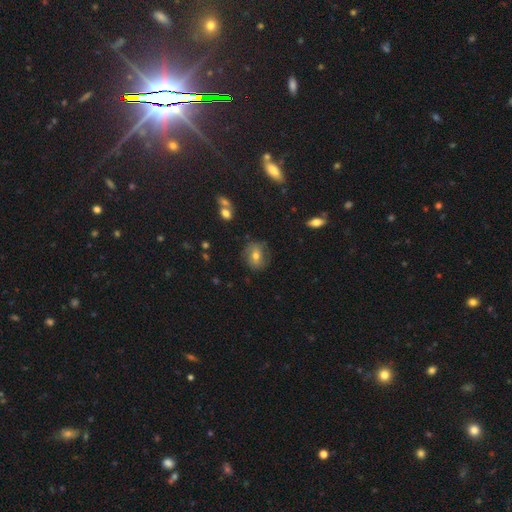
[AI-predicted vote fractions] smooth-or-featured: smooth: 52% | featured or disk: 37% | star or artifact: 11%
  how-rounded: round: 64% | in between: 34% | cigar-shaped: 2%
  merging: none: 73% | minor disturbance: 18% | major disturbance: 7% | merger: 2%